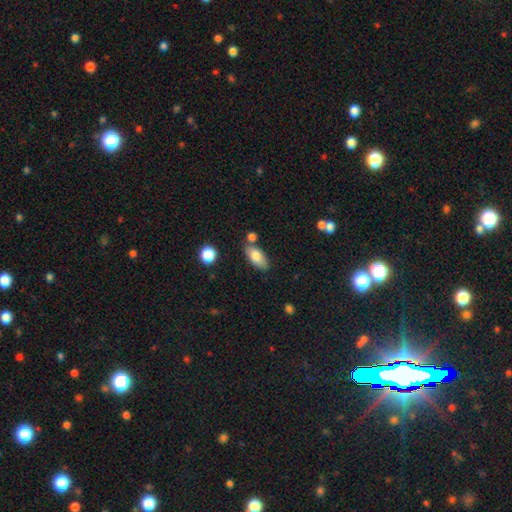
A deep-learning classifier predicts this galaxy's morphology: This is likely a smooth galaxy (78%). How rounded: clearly in between (87%). Merging: likely none (68%).